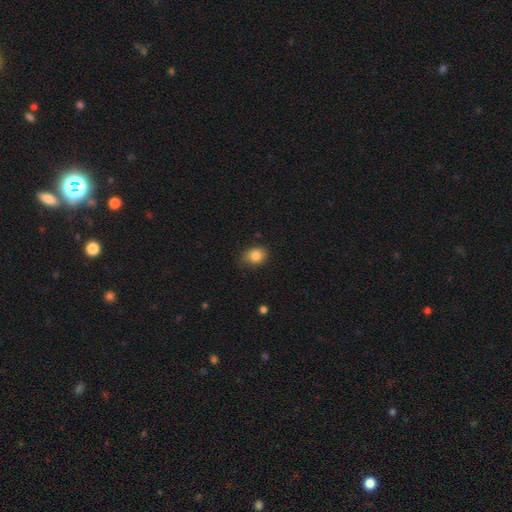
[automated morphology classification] Smooth or featured? Predicted: smooth (p=0.84). How rounded? Predicted: round (p=0.51). Merging? Predicted: none (p=0.77).